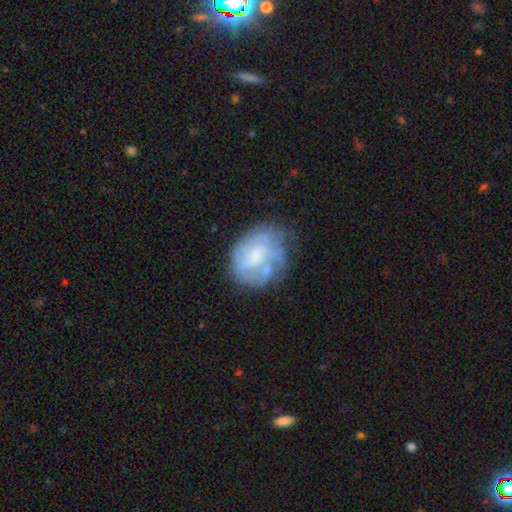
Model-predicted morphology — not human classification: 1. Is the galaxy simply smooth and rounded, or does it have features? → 59% featured or disk, 32% smooth, 9% star or artifact.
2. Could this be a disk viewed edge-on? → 98% no, 2% yes.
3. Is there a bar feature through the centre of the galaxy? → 60% no, 34% weak, 7% strong.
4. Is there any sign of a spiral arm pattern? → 53% yes, 47% no.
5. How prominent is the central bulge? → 33% small (tied), 33% moderate (tied), 28% none, 5% large, 1% dominant.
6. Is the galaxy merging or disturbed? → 53% none, 24% minor disturbance, 17% major disturbance, 5% merger.